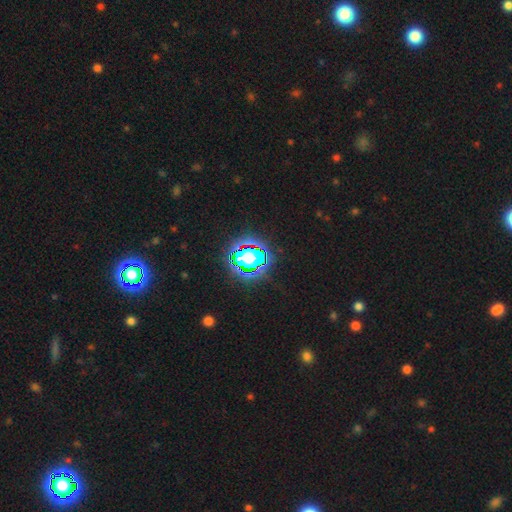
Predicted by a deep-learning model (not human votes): Smooth or featured? Predicted: star or artifact (p=0.77).